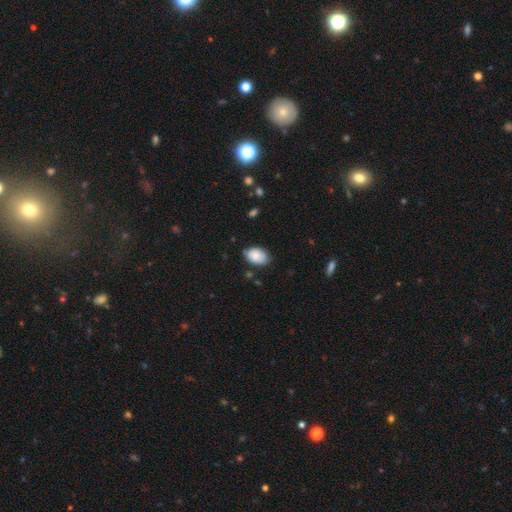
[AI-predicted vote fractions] Overall: smooth (82%). How rounded: in between (86%). Merging: none (70%).